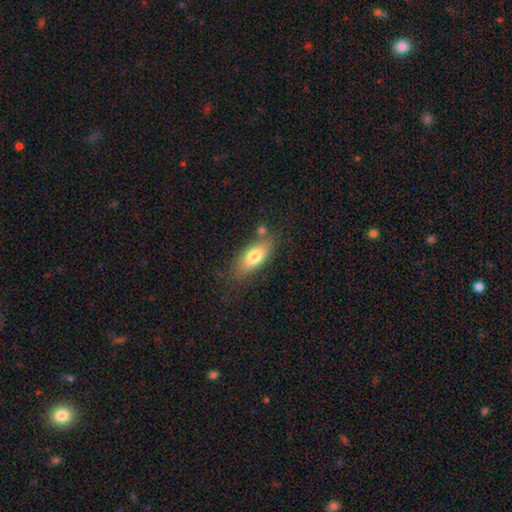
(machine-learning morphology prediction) smooth-or-featured: smooth: 73% | featured or disk: 19% | star or artifact: 7%
  how-rounded: in between: 76% | cigar-shaped: 20% | round: 4%
  merging: none: 71% | minor disturbance: 17% | merger: 7% | major disturbance: 5%